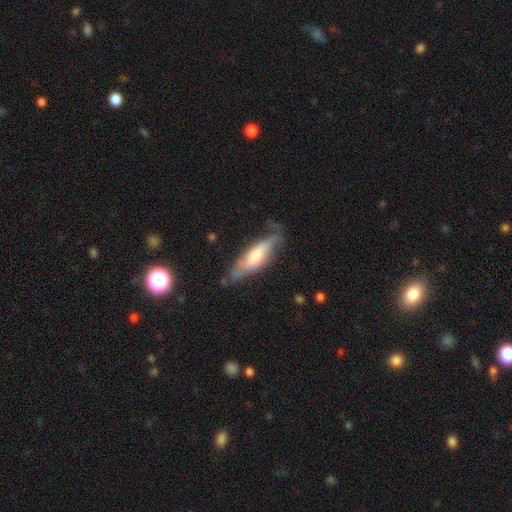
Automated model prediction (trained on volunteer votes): Smooth or featured: smooth — 55% (featured or disk — 39%)
How rounded: cigar-shaped — 52% (in between — 47%)
Merging: none — 53% (minor disturbance — 31%)